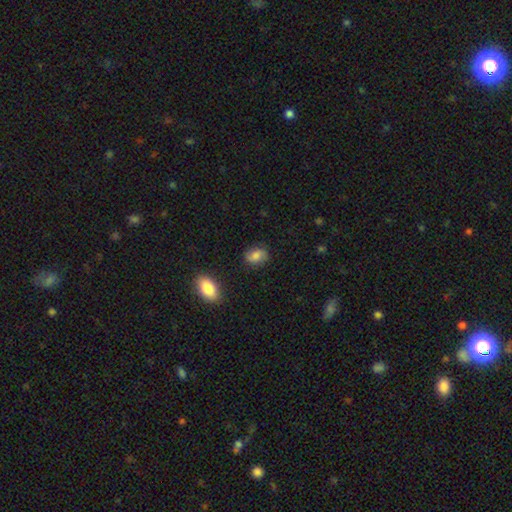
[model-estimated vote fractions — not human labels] Smooth or featured?
  - smooth: 80% *
  - featured or disk: 12%
  - star or artifact: 8%
How rounded?
  - in between: 75% *
  - round: 24%
  - cigar-shaped: 2%
Merging?
  - none: 82% *
  - minor disturbance: 13%
  - major disturbance: 3%
  - merger: 2%